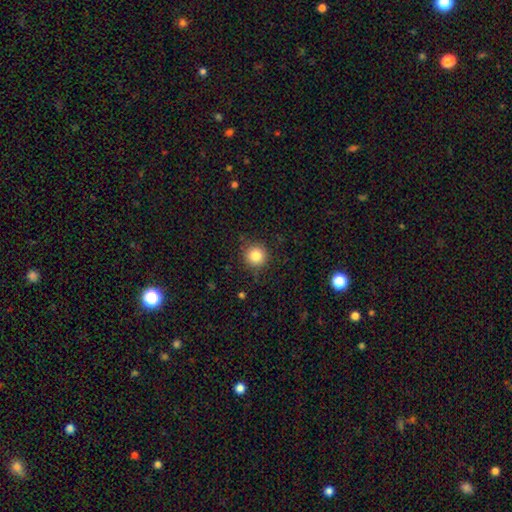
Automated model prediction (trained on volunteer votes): Morphology: type=smooth (83%); roundness=round (95%); merging=none (86%).